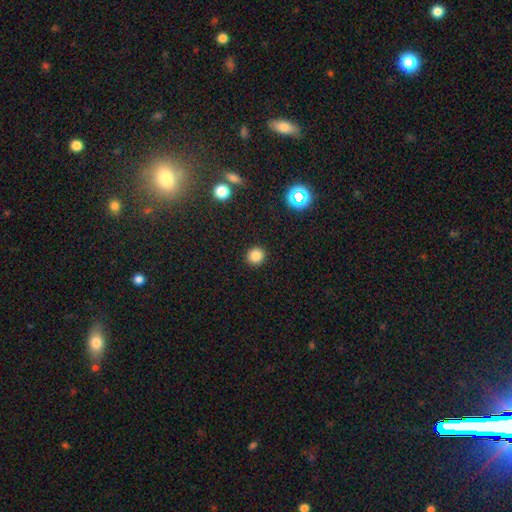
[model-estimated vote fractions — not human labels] smooth-or-featured: smooth: 83% | star or artifact: 13% | featured or disk: 4%
  how-rounded: round: 92% | in between: 7% | cigar-shaped: 1%
  merging: none: 92% | minor disturbance: 5% | major disturbance: 2% | merger: 1%